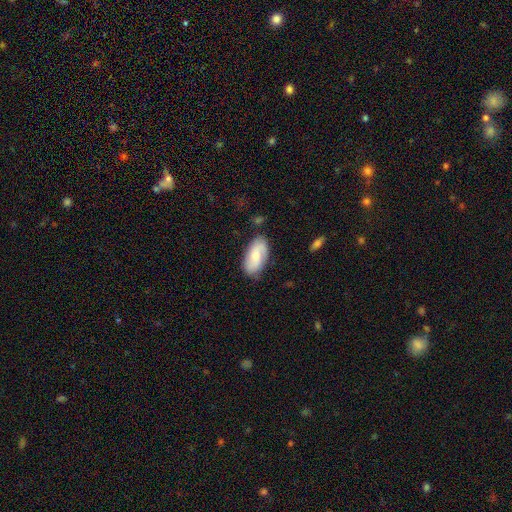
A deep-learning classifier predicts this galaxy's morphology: Overall: smooth (61%; featured or disk 33%). How rounded: in between (92%). Merging: none (77%).